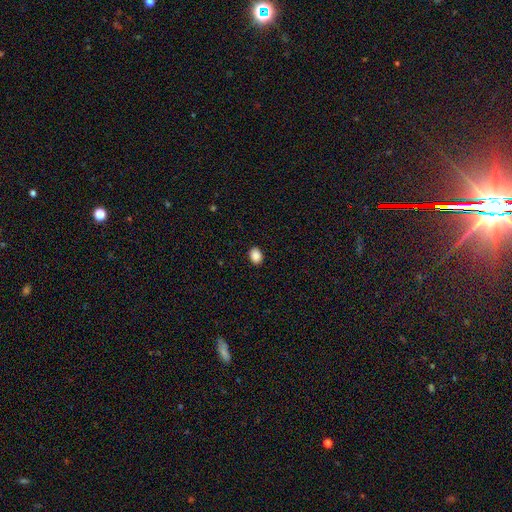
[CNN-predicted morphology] Smooth or featured?
  - smooth: 89% *
  - star or artifact: 8%
  - featured or disk: 3%
How rounded?
  - in between: 66% *
  - round: 33%
  - cigar-shaped: 1%
Merging?
  - none: 91% *
  - minor disturbance: 7%
  - major disturbance: 2%
  - merger: 1%